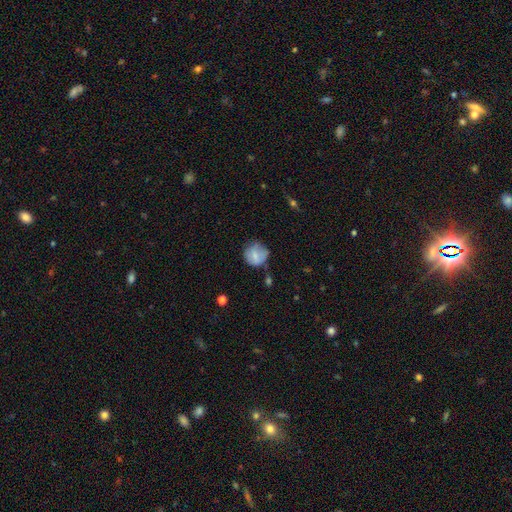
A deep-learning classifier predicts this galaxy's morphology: A smooth galaxy with no disk features (69%) that is round (85%).

Vote fractions:
- Smooth or featured? smooth: 69% / featured or disk: 22% / star or artifact: 8%
- How rounded? round: 85% / in between: 14% / cigar-shaped: 1%
- Merging? none: 58% / minor disturbance: 29% / major disturbance: 10% / merger: 3%